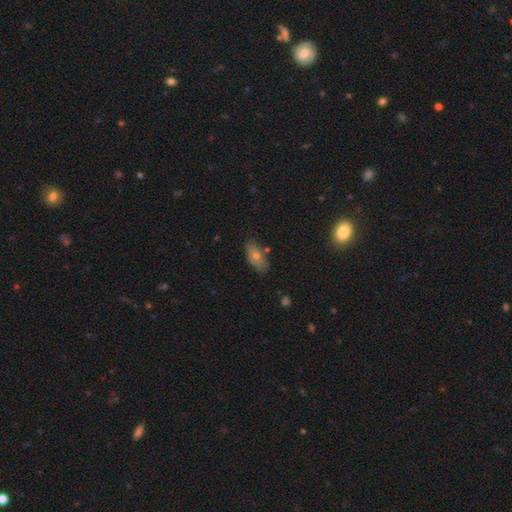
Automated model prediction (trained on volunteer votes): smooth 59%, featured or disk 28%, star or artifact 13%. Down the decision tree: how rounded — in between (84%); merging — none (74%).